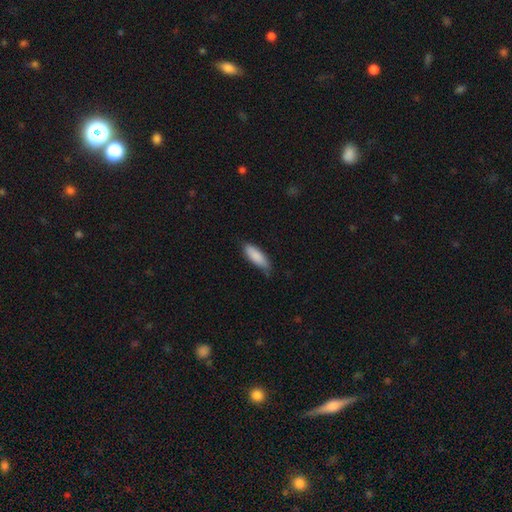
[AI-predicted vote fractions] Smooth or featured?
  - smooth: 87% *
  - featured or disk: 7%
  - star or artifact: 6%
How rounded?
  - in between: 63% *
  - cigar-shaped: 35%
  - round: 2%
Merging?
  - none: 65% *
  - minor disturbance: 30%
  - major disturbance: 4%
  - merger: 2%